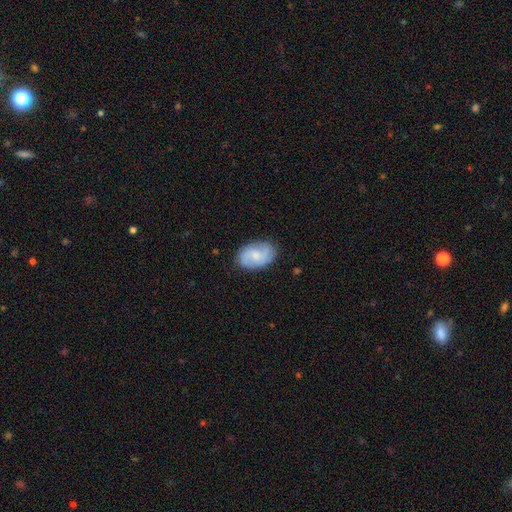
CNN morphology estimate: The model was most divided on "spiral winding": medium: 46%, tight: 28%, loose: 26%. More confident: edge-on disk — no (97%); spiral arms — yes (93%); merging — none (81%); spiral arm count — 2 (74%); bar — no (60%); smooth or featured — featured or disk (57%); bulge size — small (54%).